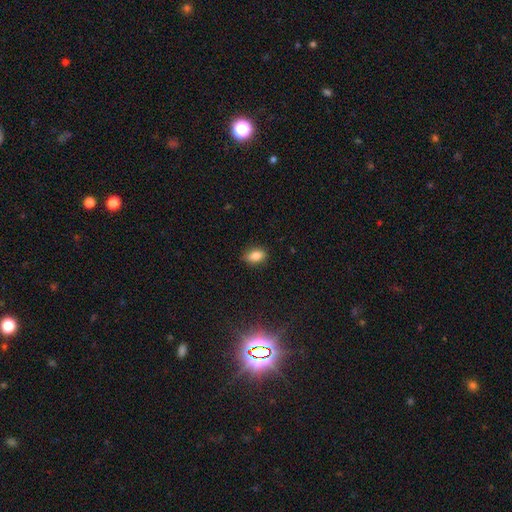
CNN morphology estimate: A smooth galaxy with no disk features (84%) that is in between round and cigar-shaped (84%). Merging: none (80%).